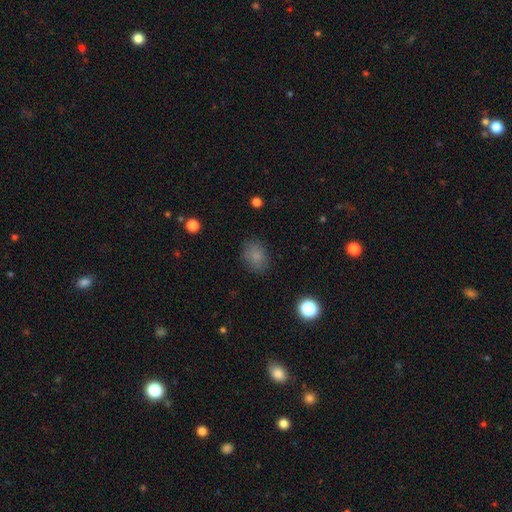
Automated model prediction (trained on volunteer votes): A smooth galaxy with no disk features (82%) that is in between round and cigar-shaped (66%).

Vote fractions:
- Smooth or featured? smooth: 82% / star or artifact: 11% / featured or disk: 7%
- How rounded? in between: 66% / round: 33% / cigar-shaped: 1%
- Merging? none: 82% / minor disturbance: 13% / major disturbance: 4% / merger: 1%